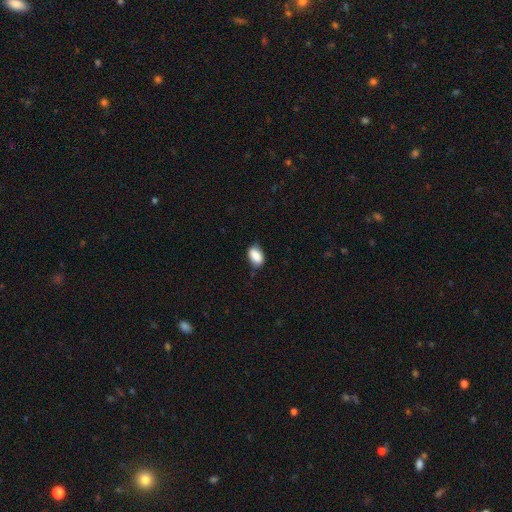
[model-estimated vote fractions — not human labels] smooth-or-featured: smooth: 88% | star or artifact: 7% | featured or disk: 5%
  how-rounded: in between: 89% | round: 9% | cigar-shaped: 2%
  merging: none: 73% | minor disturbance: 22% | major disturbance: 4% | merger: 2%